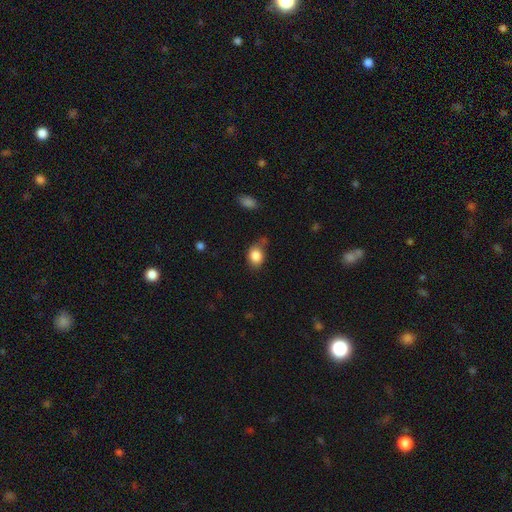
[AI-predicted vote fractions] Overall: smooth (85%). How rounded: in between (56%; round 43%). Merging: none (62%; minor disturbance 24%).